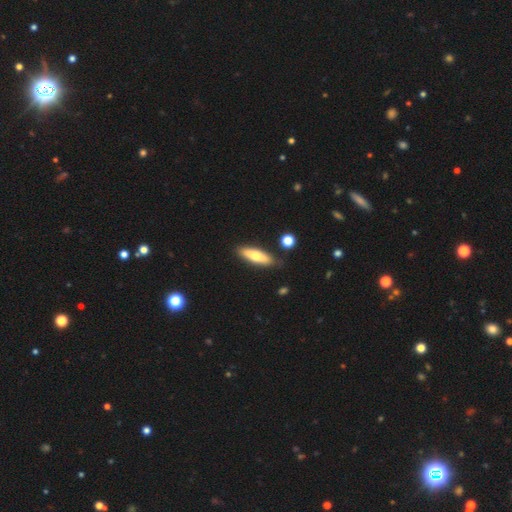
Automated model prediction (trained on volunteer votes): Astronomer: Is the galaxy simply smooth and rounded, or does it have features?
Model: smooth — 62%.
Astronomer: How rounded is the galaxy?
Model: cigar-shaped — 60% (runner-up: in between, 38%).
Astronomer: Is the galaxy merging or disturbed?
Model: none — 84%.